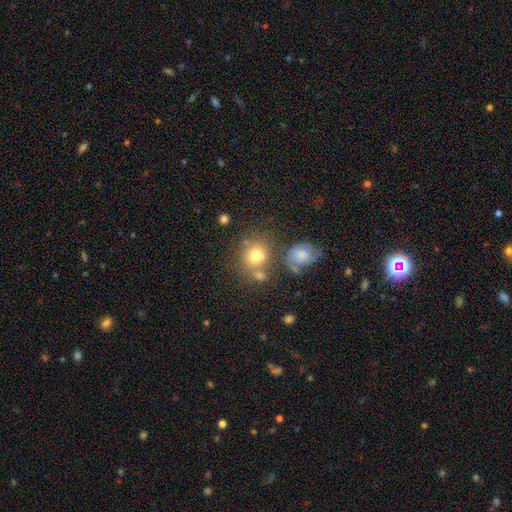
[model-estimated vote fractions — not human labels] Q: Smooth or featured?
A: smooth (74%); runner-up: featured or disk (14%)
Q: How rounded?
A: round (76%); runner-up: in between (23%)
Q: Merging?
A: none (59%); runner-up: merger (21%)